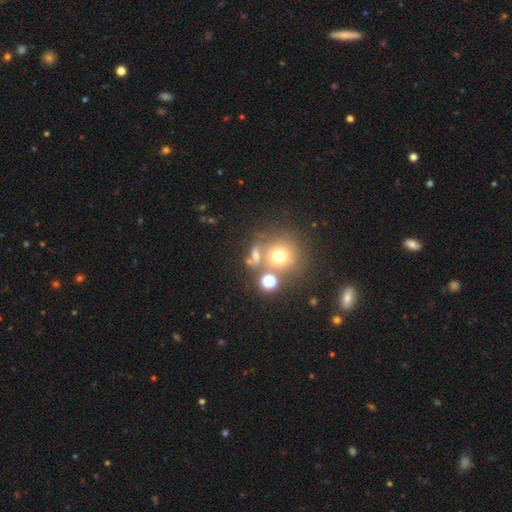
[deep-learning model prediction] smooth-or-featured: smooth: 57% | star or artifact: 26% | featured or disk: 17%
  how-rounded: round: 72% | in between: 24% | cigar-shaped: 4%
  merging: none: 51% | merger: 30% | minor disturbance: 11% | major disturbance: 8%